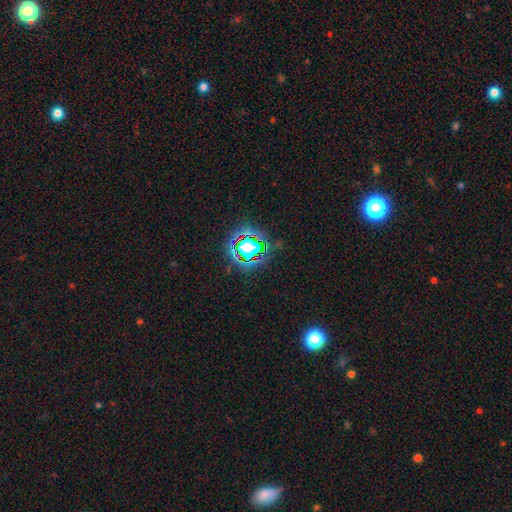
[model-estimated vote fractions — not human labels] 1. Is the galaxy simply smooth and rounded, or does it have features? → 78% star or artifact, 14% smooth, 8% featured or disk.